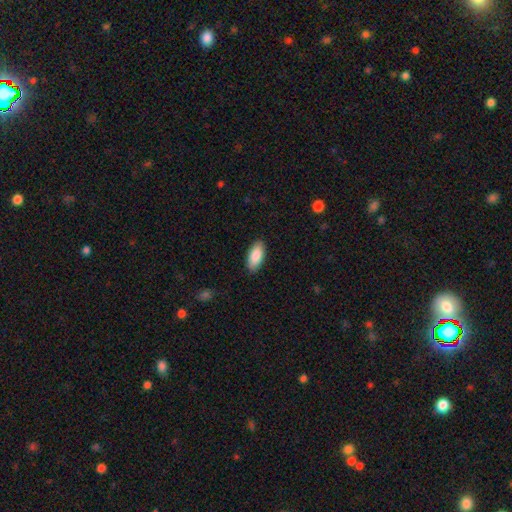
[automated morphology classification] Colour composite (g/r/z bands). It shows a smooth galaxy with no disk features (88%) that is in between round and cigar-shaped (90%). Merging: none (88%).